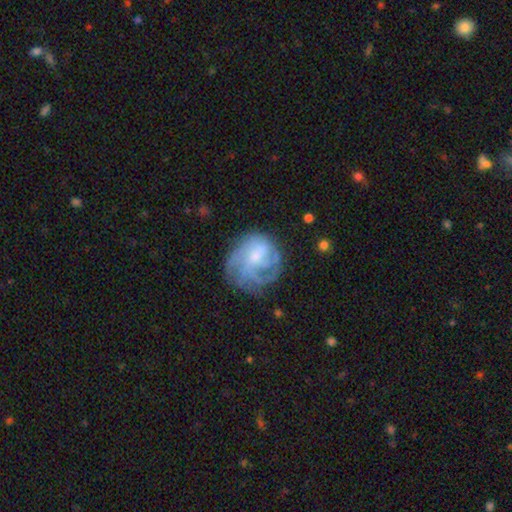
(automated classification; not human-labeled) Q: Smooth or featured?
A: featured or disk (68%); runner-up: smooth (24%)
Q: Edge-on disk?
A: no (98%); runner-up: yes (2%)
Q: Bar?
A: no (57%); runner-up: weak (36%)
Q: Spiral arms?
A: yes (81%); runner-up: no (19%)
Q: Spiral winding?
A: tight (46%); runner-up: medium (35%)
Q: Spiral arm count?
A: can't tell (42%); runner-up: 4 (19%)
Q: Bulge size?
A: small (39%); runner-up: moderate (36%)
Q: Merging?
A: none (55%); runner-up: minor disturbance (22%)